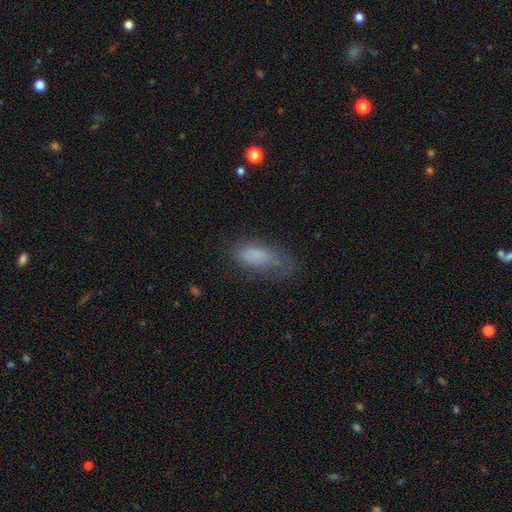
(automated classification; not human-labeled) Smooth or featured: smooth — 75% (featured or disk — 15%)
How rounded: in between — 81% (cigar-shaped — 16%)
Merging: none — 42% (minor disturbance — 31%)